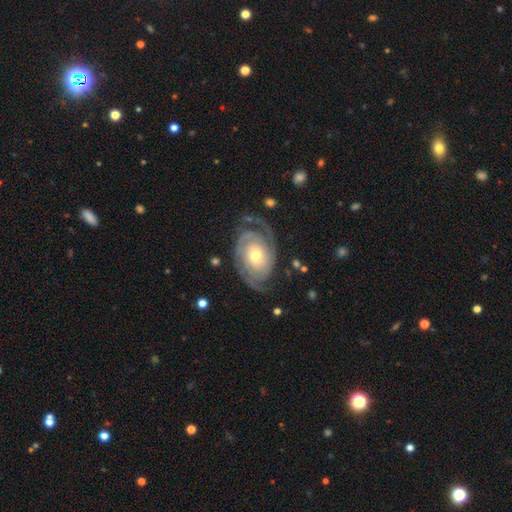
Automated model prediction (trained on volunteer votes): Q: Smooth or featured?
A: featured or disk (88%); runner-up: smooth (7%)
Q: Edge-on disk?
A: no (97%); runner-up: yes (3%)
Q: Bar?
A: no (74%); runner-up: weak (19%)
Q: Spiral arms?
A: yes (97%); runner-up: no (3%)
Q: Spiral winding?
A: tight (64%); runner-up: medium (27%)
Q: Spiral arm count?
A: 2 (68%); runner-up: can't tell (11%)
Q: Bulge size?
A: moderate (61%); runner-up: small (32%)
Q: Merging?
A: none (73%); runner-up: minor disturbance (16%)